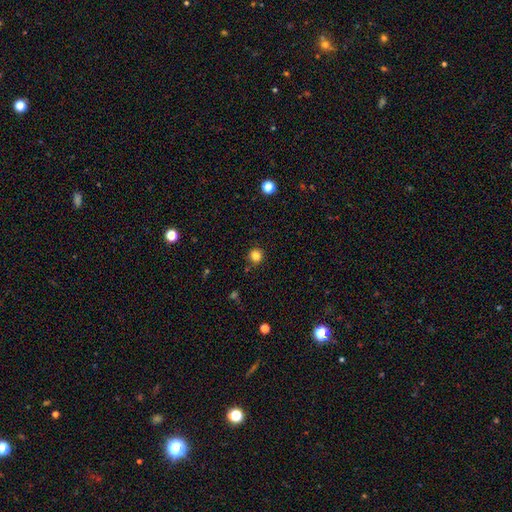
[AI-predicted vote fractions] The model was most divided on "smooth or featured": smooth: 83%, star or artifact: 12%, featured or disk: 5%. More confident: how rounded — round (93%); merging — none (87%).